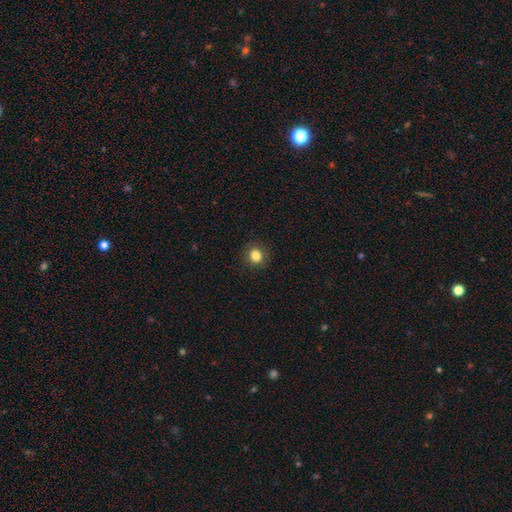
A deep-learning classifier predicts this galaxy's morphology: Smooth or featured?
  - smooth: 84% *
  - star or artifact: 11%
  - featured or disk: 5%
How rounded?
  - round: 81% *
  - in between: 18%
  - cigar-shaped: 1%
Merging?
  - none: 89% *
  - minor disturbance: 7%
  - major disturbance: 2%
  - merger: 1%